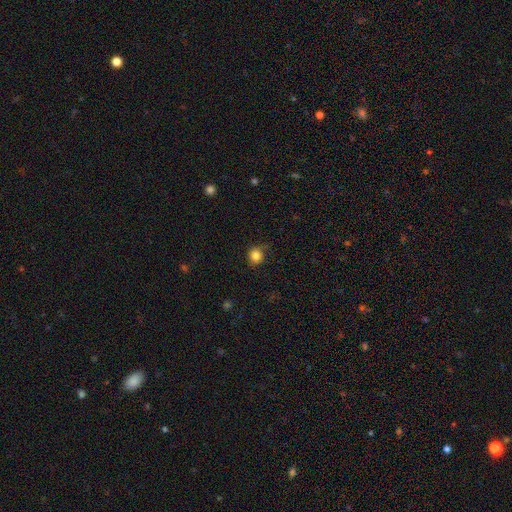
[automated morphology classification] type=smooth (83%); roundness=round (88%); merging=none (76%).